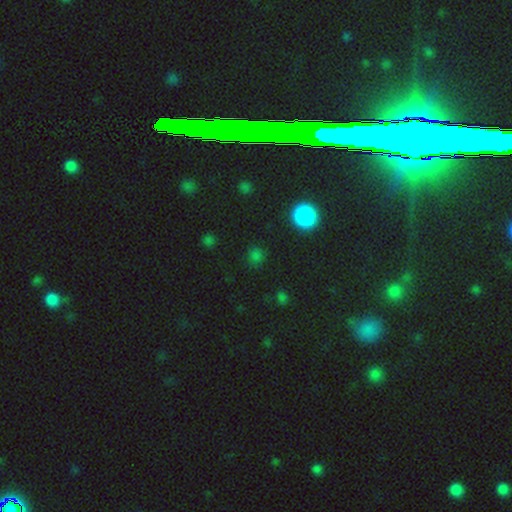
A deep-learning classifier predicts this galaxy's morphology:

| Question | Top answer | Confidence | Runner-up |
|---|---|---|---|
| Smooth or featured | smooth | 68% | star or artifact (27%) |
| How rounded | round | 87% | in between (12%) |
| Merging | none | 83% | minor disturbance (10%) |